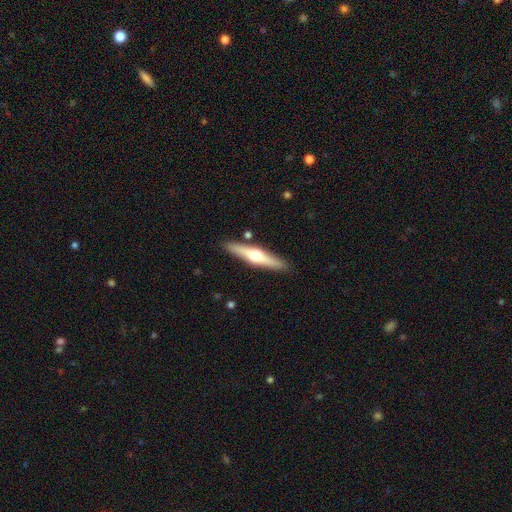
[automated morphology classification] The model was most divided on "smooth or featured": featured or disk: 58%, smooth: 37%, star or artifact: 5%. More confident: edge-on disk — yes (95%); edge-on bulge — rounded (93%); merging — none (88%).